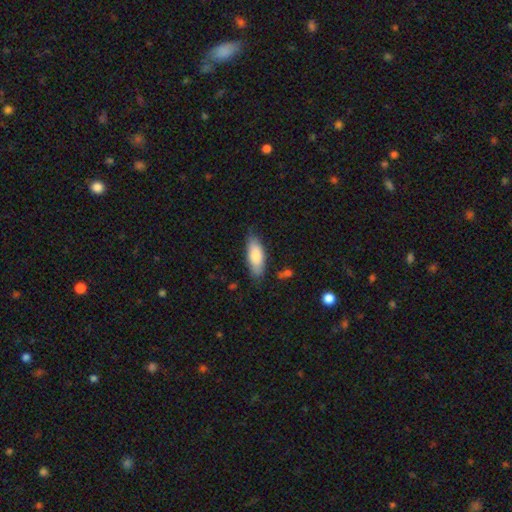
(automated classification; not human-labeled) smooth 82%, featured or disk 13%, star or artifact 6%. Down the decision tree: how rounded — in between (75%); merging — none (74%).